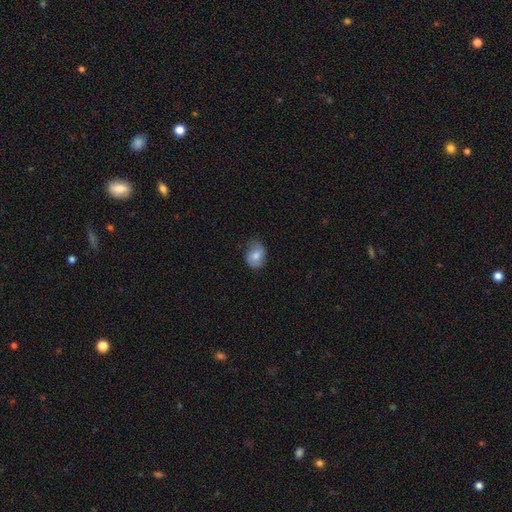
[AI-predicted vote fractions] This appears to be a smooth galaxy with no disk features (72%) that is in between round and cigar-shaped (57%). Merging: none (69%).